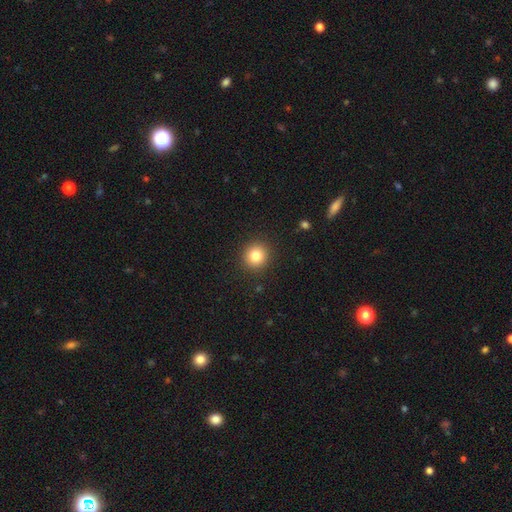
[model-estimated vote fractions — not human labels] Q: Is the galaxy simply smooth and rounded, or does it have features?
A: smooth — 82%.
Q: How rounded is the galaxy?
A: round — 91%.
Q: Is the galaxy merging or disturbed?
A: none — 91%.